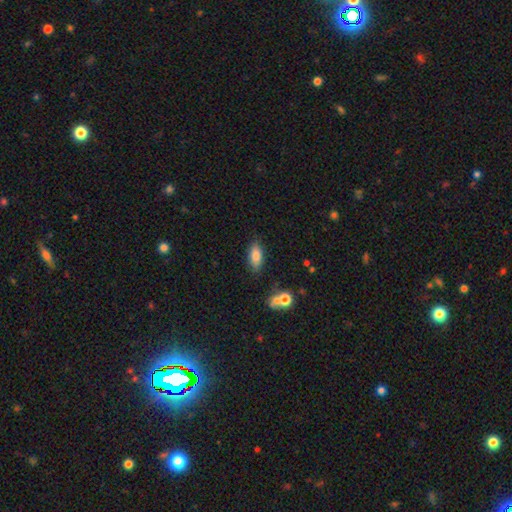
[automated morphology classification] This appears to be a smooth galaxy with no disk features (81%) that is in between round and cigar-shaped (84%). Merging: none (79%).